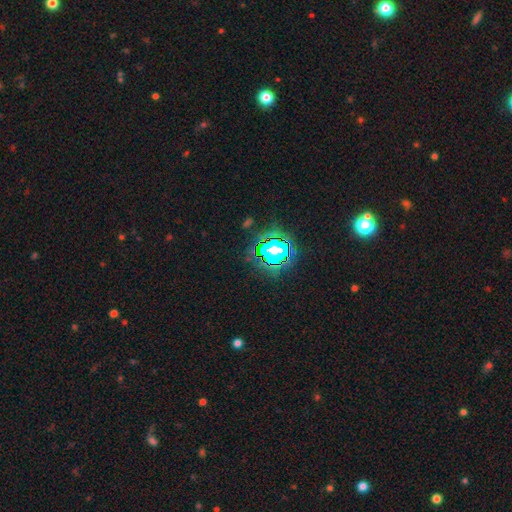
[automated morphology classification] Smooth or featured?
  - star or artifact: 83% *
  - smooth: 10%
  - featured or disk: 7%